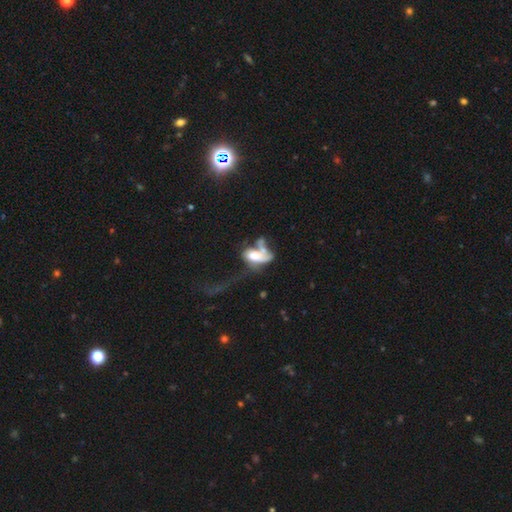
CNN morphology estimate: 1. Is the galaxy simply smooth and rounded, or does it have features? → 47% smooth, 43% featured or disk, 10% star or artifact.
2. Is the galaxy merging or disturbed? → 42% merger, 37% major disturbance, 11% none, 9% minor disturbance.